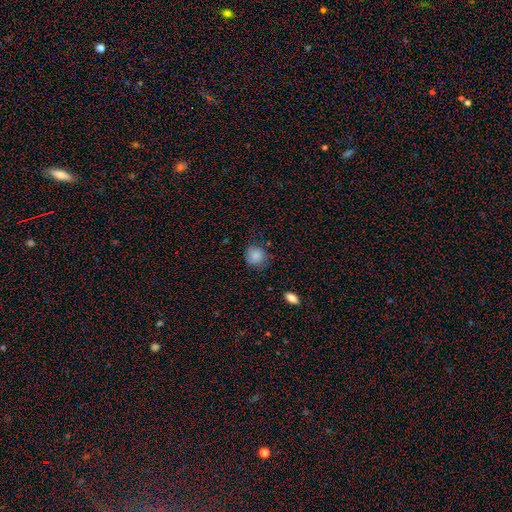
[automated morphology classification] A smooth galaxy with no disk features (80%) that is round (82%).

Vote fractions:
- Smooth or featured? smooth: 80% / featured or disk: 11% / star or artifact: 9%
- How rounded? round: 82% / in between: 17% / cigar-shaped: 1%
- Merging? none: 69% / minor disturbance: 23% / major disturbance: 6% / merger: 2%